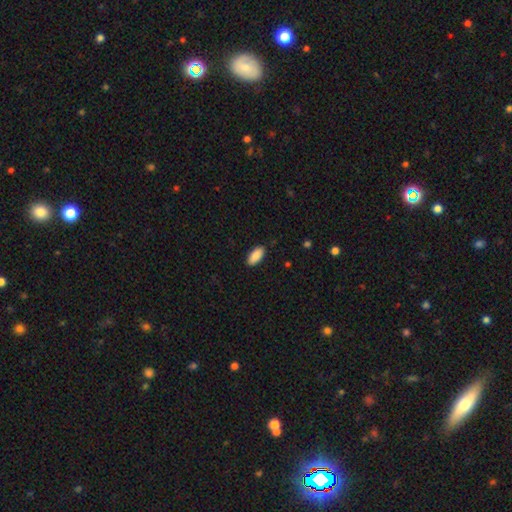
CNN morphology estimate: type=smooth (89%); roundness=in between (90%); merging=none (88%).